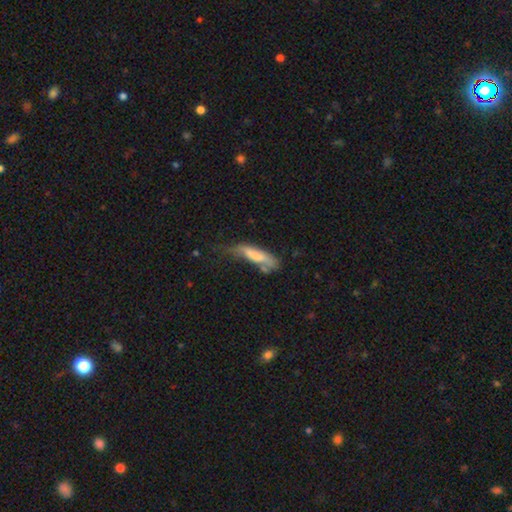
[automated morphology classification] smooth-or-featured: smooth: 69% | featured or disk: 25% | star or artifact: 7%
  how-rounded: cigar-shaped: 66% | in between: 33% | round: 2%
  merging: minor disturbance: 34% | none: 32% | major disturbance: 24% | merger: 10%